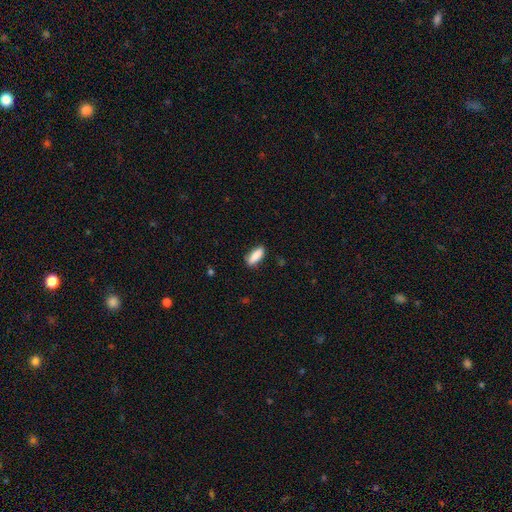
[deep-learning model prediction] Q: Smooth or featured?
A: smooth (86%); runner-up: featured or disk (7%)
Q: How rounded?
A: in between (59%); runner-up: cigar-shaped (39%)
Q: Merging?
A: none (85%); runner-up: minor disturbance (11%)